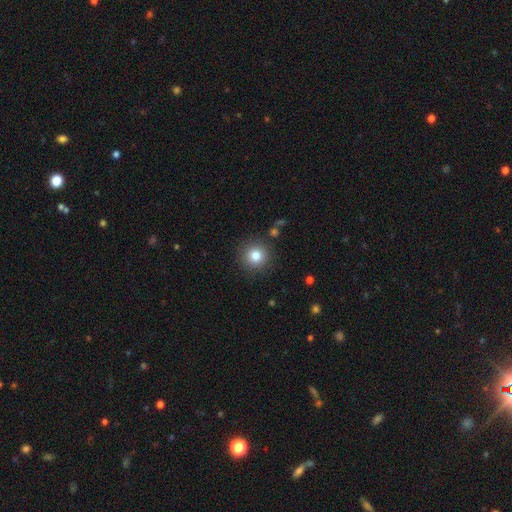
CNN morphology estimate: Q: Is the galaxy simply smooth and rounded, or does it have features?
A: smooth — 81%.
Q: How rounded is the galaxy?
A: round — 94%.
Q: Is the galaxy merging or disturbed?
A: none — 89%.